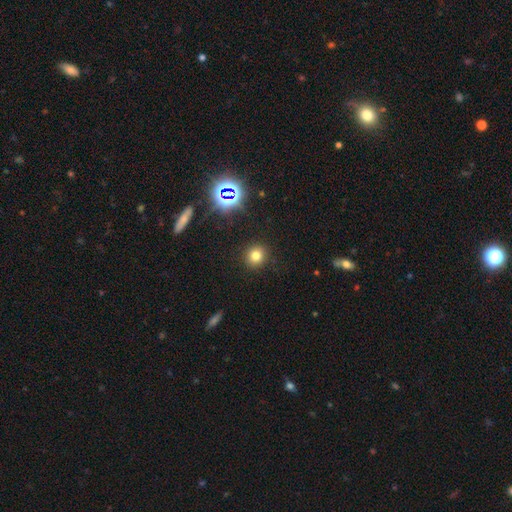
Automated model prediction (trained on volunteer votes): Q: Smooth or featured?
A: smooth (76%); runner-up: star or artifact (17%)
Q: How rounded?
A: round (88%); runner-up: in between (10%)
Q: Merging?
A: none (90%); runner-up: minor disturbance (6%)